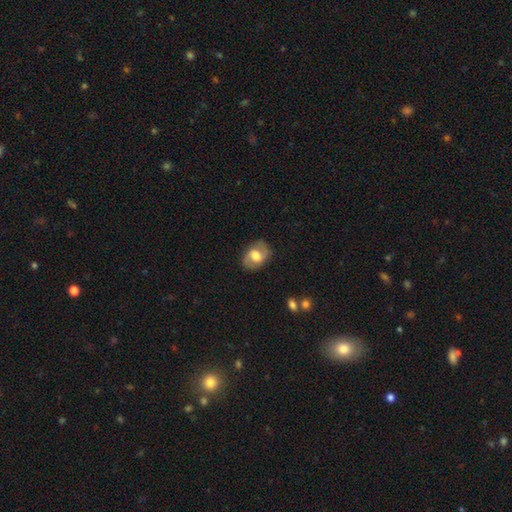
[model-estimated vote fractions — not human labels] A featured or disk galaxy (46%, tied with smooth). Merging: none (77%).